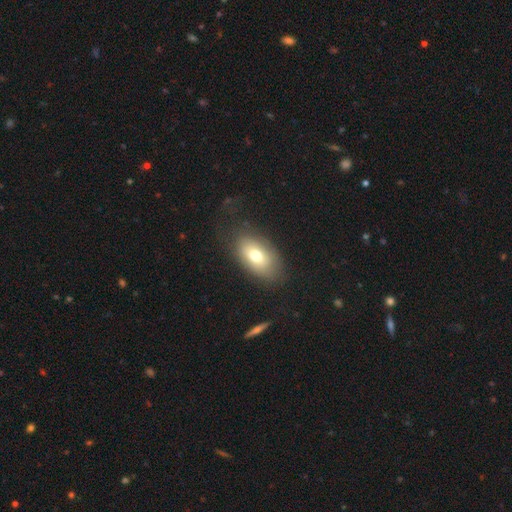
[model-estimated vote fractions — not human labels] smooth-or-featured: smooth: 72% | featured or disk: 19% | star or artifact: 9%
  how-rounded: in between: 90% | round: 8% | cigar-shaped: 2%
  merging: none: 73% | minor disturbance: 17% | major disturbance: 9% | merger: 2%